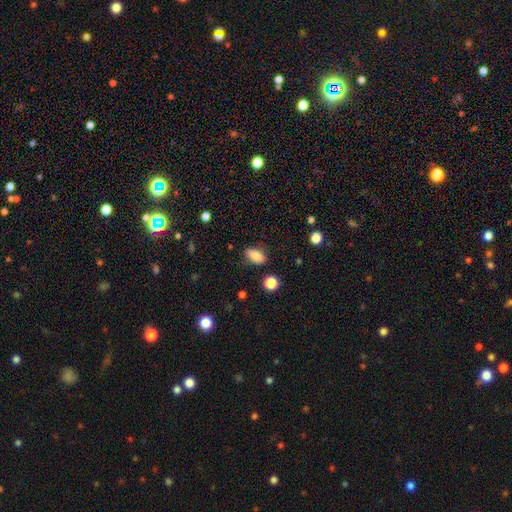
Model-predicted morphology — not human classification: smooth_or_featured: smooth (p=0.84) [alt: star or artifact p=0.09]
how_rounded: in between (p=0.88) [alt: round p=0.09]
merging: none (p=0.72) [alt: minor disturbance p=0.21]